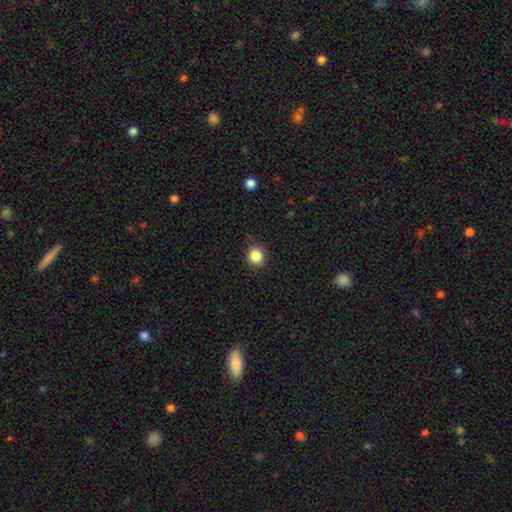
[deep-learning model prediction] The model was most divided on "how rounded": round: 87%, in between: 12%, cigar-shaped: 1%. More confident: merging — none (88%); smooth or featured — smooth (86%).